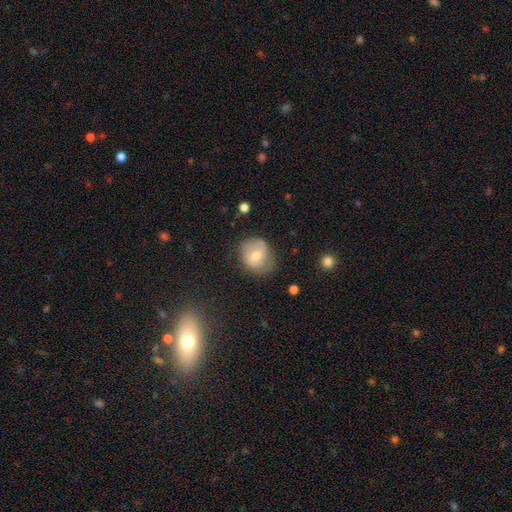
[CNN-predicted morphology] This is possibly a smooth galaxy (57%). How rounded: likely round (69%). Merging: possibly none (58%).